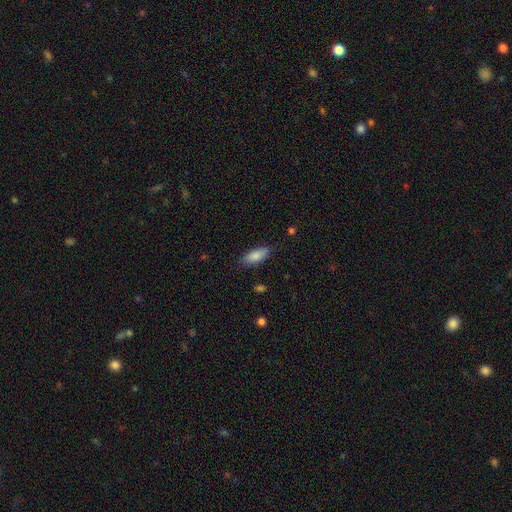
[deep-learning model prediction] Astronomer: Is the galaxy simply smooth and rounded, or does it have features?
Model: smooth — 83%.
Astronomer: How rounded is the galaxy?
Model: in between — 76%.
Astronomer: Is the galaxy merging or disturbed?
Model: none — 83%.